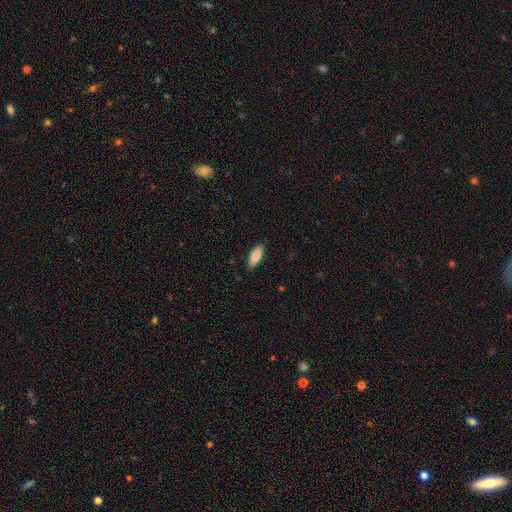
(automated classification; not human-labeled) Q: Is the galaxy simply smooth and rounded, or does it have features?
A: smooth — 85%.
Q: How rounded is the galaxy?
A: in between — 72%.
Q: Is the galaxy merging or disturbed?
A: none — 86%.